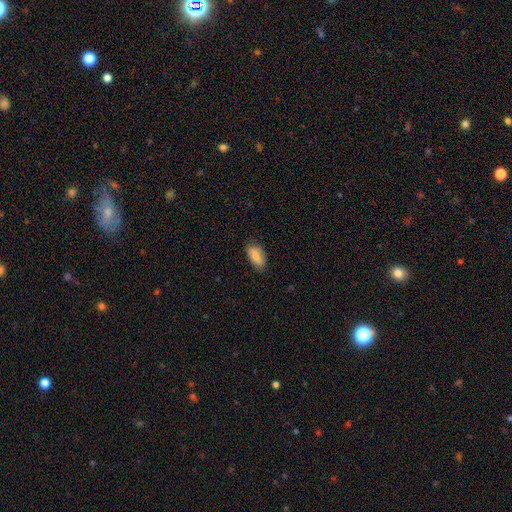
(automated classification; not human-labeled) This appears to be a smooth galaxy with no disk features (83%) that is in between round and cigar-shaped (90%). Merging: none (80%).